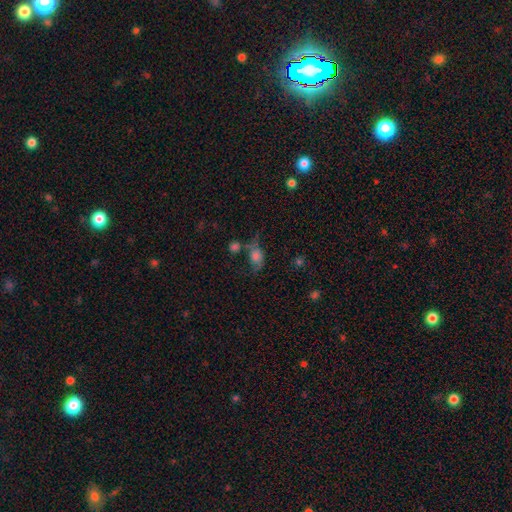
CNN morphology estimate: The model was most divided on "merging": none: 34%, minor disturbance: 24%, major disturbance: 23%, merger: 18%. More confident: how rounded — in between (70%); smooth or featured — smooth (56%).